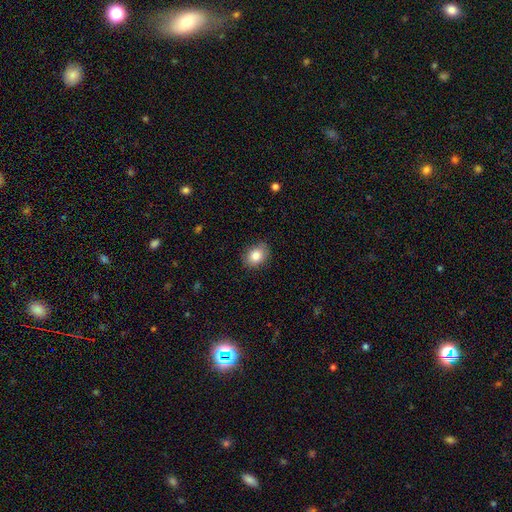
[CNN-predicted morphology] This is clearly a smooth galaxy (84%). How rounded: likely in between (61%). Merging: clearly none (86%).